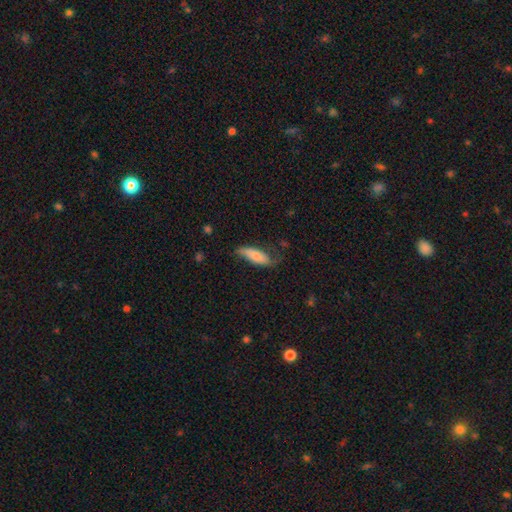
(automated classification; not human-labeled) A smooth galaxy with no disk features (68%) that is in between round and cigar-shaped (59%).

Vote fractions:
- Smooth or featured? smooth: 68% / featured or disk: 26% / star or artifact: 6%
- How rounded? in between: 59% / cigar-shaped: 39% / round: 2%
- Merging? none: 48% / minor disturbance: 35% / major disturbance: 15% / merger: 2%